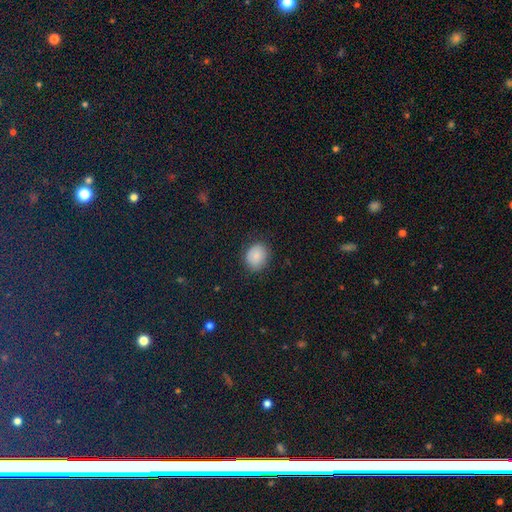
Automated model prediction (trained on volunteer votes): Smooth or featured? Predicted: smooth (p=0.86). How rounded? Predicted: round (p=0.65). Merging? Predicted: none (p=0.85).